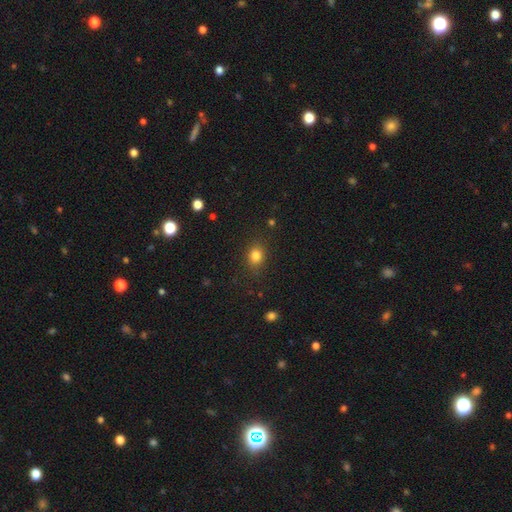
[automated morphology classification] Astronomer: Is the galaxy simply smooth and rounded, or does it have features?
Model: smooth — 82%.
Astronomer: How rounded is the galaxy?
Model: round — 57% (runner-up: in between, 42%).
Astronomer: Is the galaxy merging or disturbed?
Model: none — 84%.